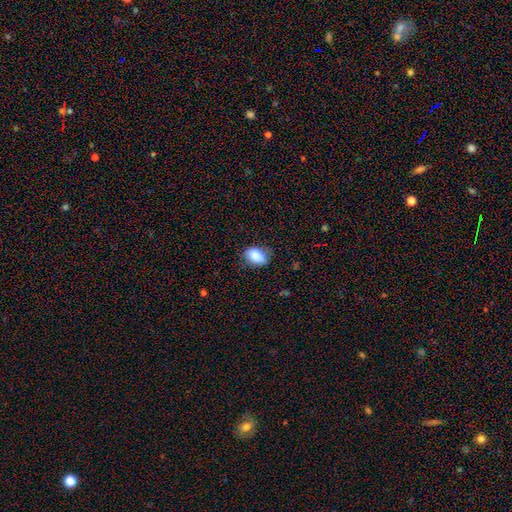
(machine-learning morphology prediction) The model was most divided on "merging": none: 70%, minor disturbance: 22%, major disturbance: 6%, merger: 1%. More confident: smooth or featured — smooth (83%); how rounded — in between (82%).